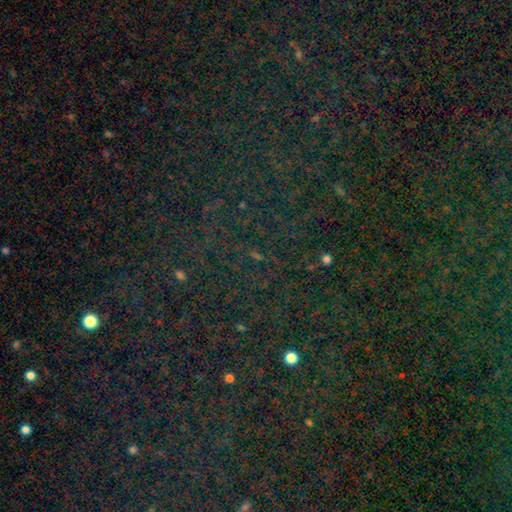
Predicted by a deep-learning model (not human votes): Smooth or featured: star or artifact — 72% (smooth — 19%)